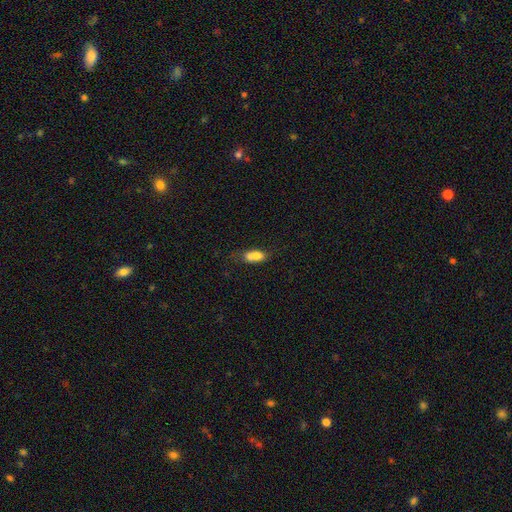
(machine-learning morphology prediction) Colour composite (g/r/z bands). It shows a smooth galaxy with no disk features (72%) that is in between round and cigar-shaped (77%). Merging: merger (37%).